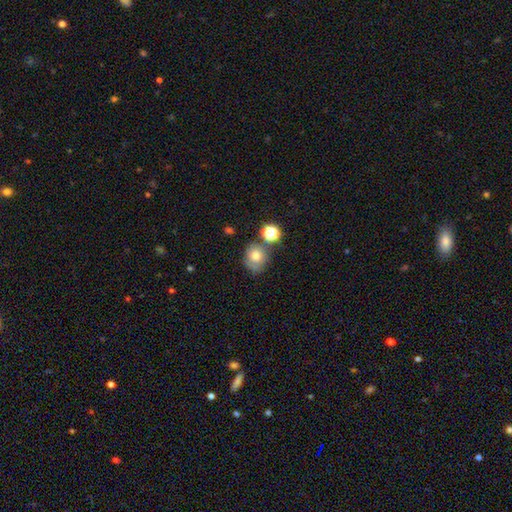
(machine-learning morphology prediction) Smooth or featured? smooth (74%)
How rounded? round (72%)
Merging? none (59%)